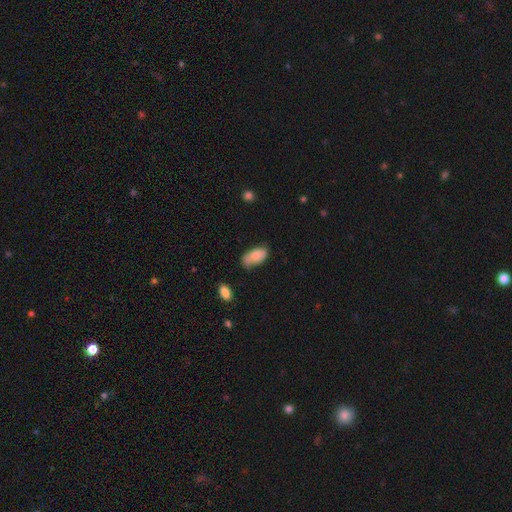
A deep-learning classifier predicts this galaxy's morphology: A smooth galaxy with no disk features (79%) that is in between round and cigar-shaped (94%). Merging: none (51%).